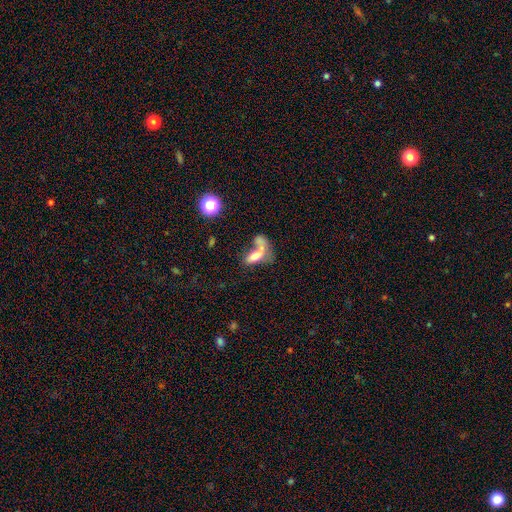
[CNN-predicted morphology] smooth 64%, featured or disk 25%, star or artifact 12%. Down the decision tree: how rounded — in between (75%); merging — merger (57%).